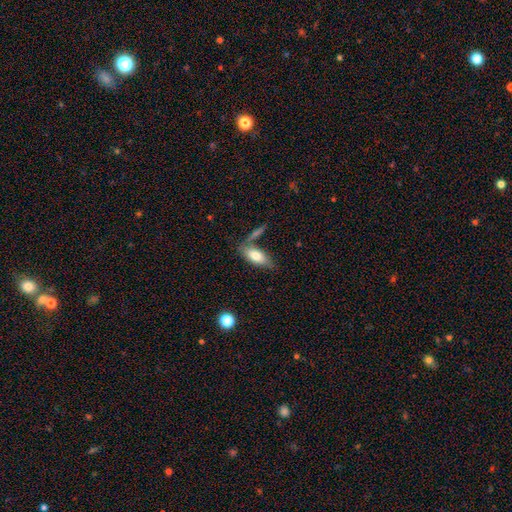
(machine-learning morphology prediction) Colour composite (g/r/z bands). It shows a smooth galaxy with no disk features (76%) that is in between round and cigar-shaped (82%). Merging: none (61%).